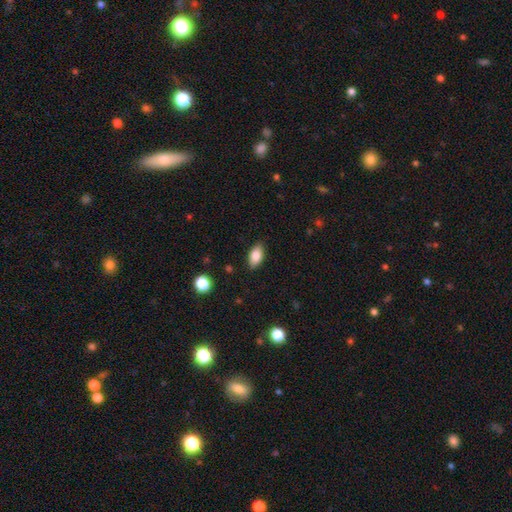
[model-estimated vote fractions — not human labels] Overall: smooth (84%). How rounded: in between (91%). Merging: none (86%).